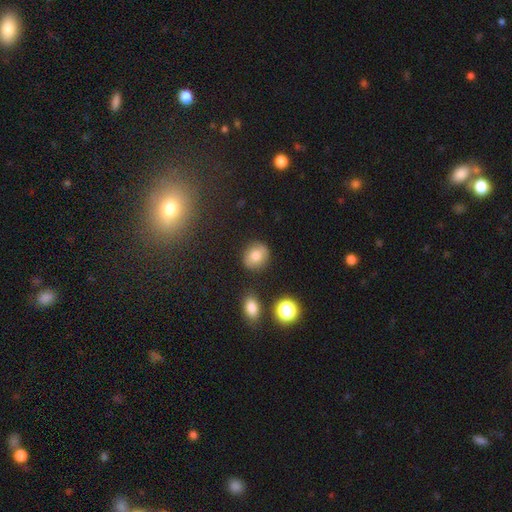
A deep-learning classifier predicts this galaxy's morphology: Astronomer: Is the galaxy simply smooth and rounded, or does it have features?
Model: smooth — 77%.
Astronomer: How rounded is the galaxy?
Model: round — 72%.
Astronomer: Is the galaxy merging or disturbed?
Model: none — 83%.